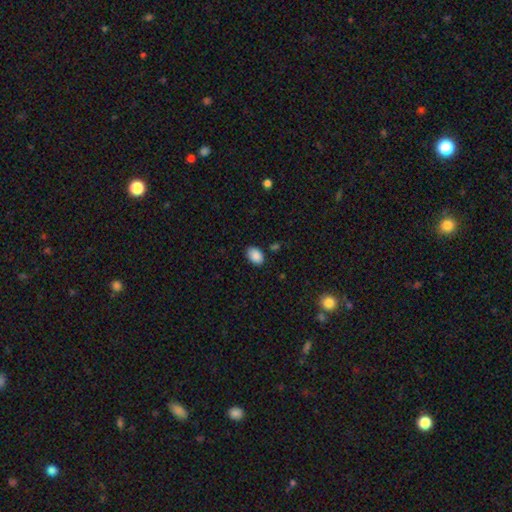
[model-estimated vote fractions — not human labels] Smooth or featured? smooth (88%)
How rounded? in between (87%)
Merging? none (83%)